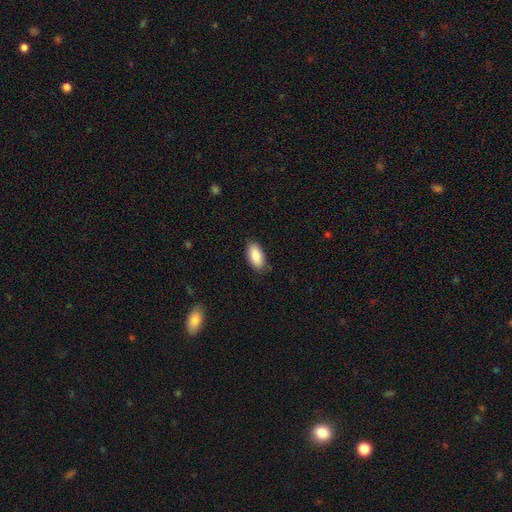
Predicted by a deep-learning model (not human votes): smooth-or-featured: smooth: 87% | featured or disk: 7% | star or artifact: 6%
  how-rounded: in between: 92% | cigar-shaped: 5% | round: 3%
  merging: none: 84% | minor disturbance: 12% | major disturbance: 3% | merger: 1%